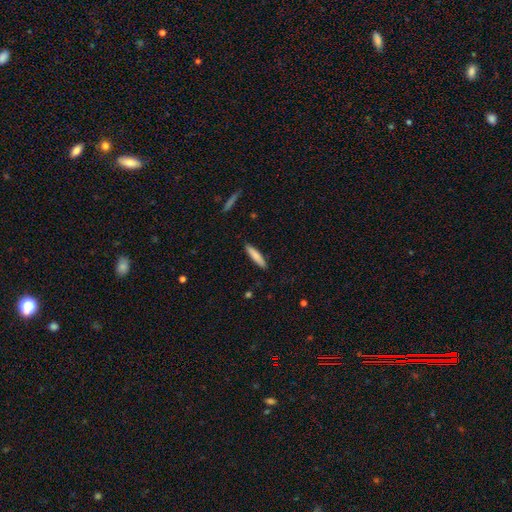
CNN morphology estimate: smooth_or_featured: smooth (p=0.81) [alt: featured or disk p=0.13]
how_rounded: cigar-shaped (p=0.85) [alt: in between p=0.13]
merging: none (p=0.90) [alt: minor disturbance p=0.07]